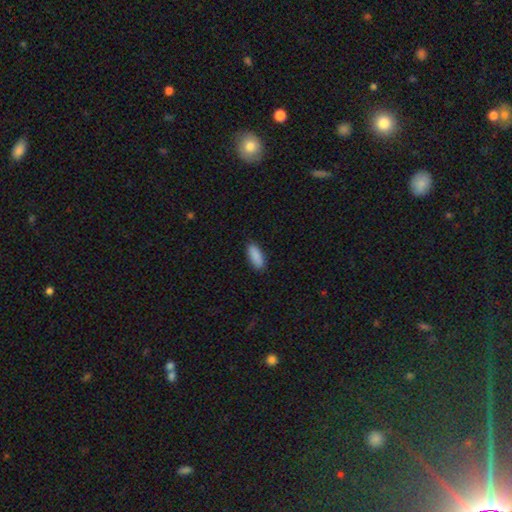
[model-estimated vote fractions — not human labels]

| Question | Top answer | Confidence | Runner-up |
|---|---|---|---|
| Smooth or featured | smooth | 90% | star or artifact (6%) |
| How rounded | in between | 72% | cigar-shaped (26%) |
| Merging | none | 89% | minor disturbance (8%) |